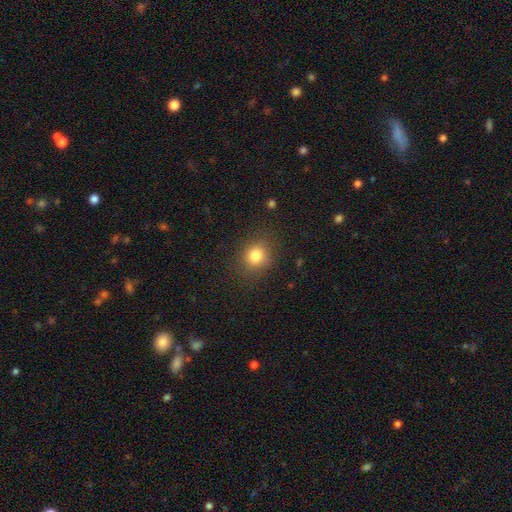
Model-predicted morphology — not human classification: This appears to be a smooth galaxy with no disk features (81%) that is round (78%). Merging: none (85%).